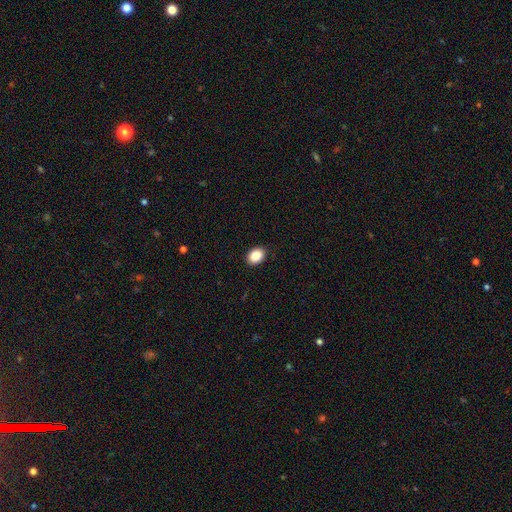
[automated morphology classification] Q: Smooth or featured?
A: smooth (90%); runner-up: star or artifact (8%)
Q: How rounded?
A: in between (72%); runner-up: round (27%)
Q: Merging?
A: none (90%); runner-up: minor disturbance (7%)